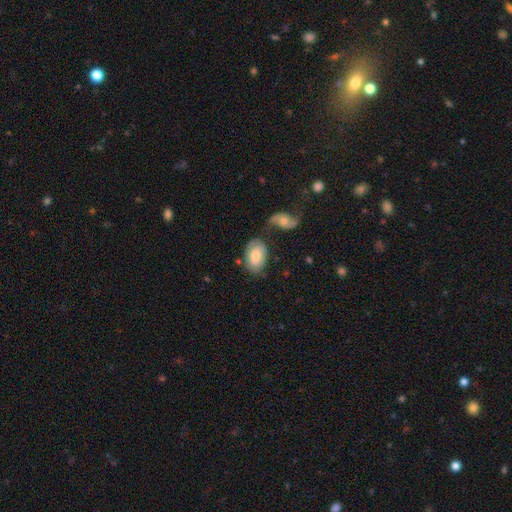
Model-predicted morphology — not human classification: This appears to be a smooth galaxy with no disk features (61%) that is in between round and cigar-shaped (90%). Merging: none (54%).